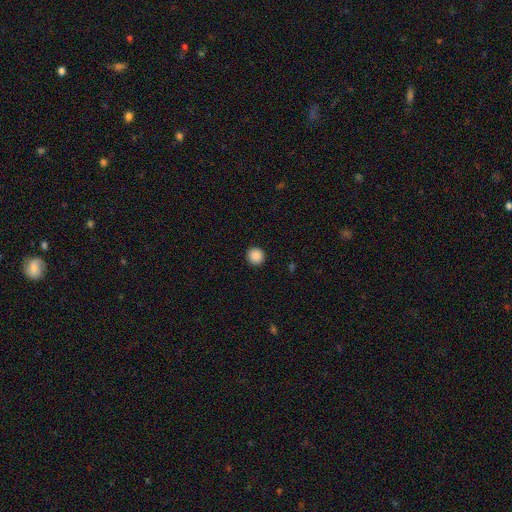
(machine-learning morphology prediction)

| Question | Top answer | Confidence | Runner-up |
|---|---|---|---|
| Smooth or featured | smooth | 89% | star or artifact (9%) |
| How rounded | round | 94% | in between (5%) |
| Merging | none | 93% | minor disturbance (5%) |